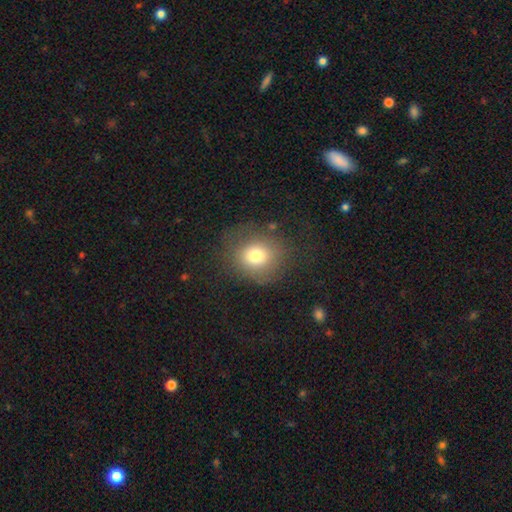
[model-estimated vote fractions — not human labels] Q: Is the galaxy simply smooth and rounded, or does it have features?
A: smooth — 75%.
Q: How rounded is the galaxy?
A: round — 76%.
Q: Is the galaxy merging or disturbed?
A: none — 70%.